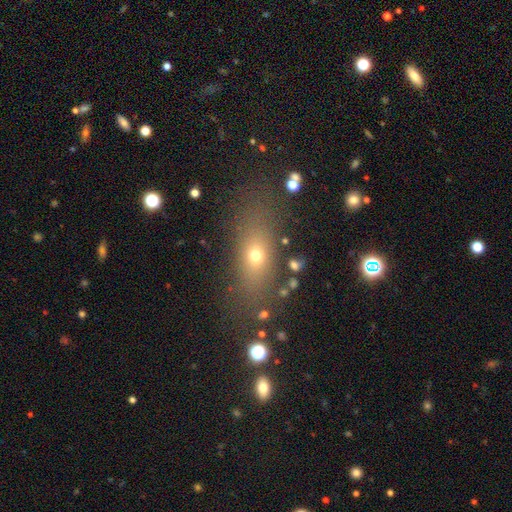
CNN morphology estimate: Overall: smooth (64%). How rounded: in between (63%). Merging: none (72%).